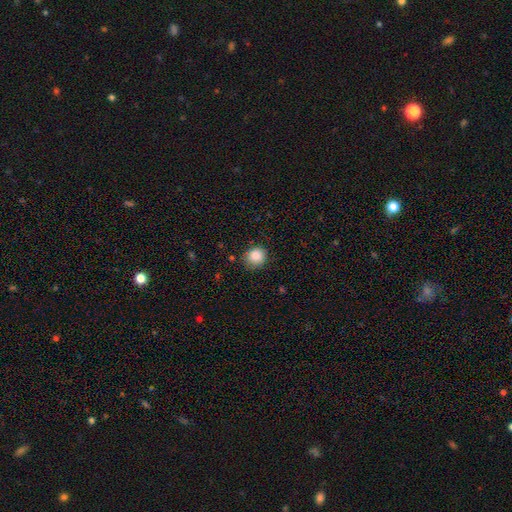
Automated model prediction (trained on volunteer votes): This appears to be a smooth galaxy with no disk features (84%) that is round (85%). Merging: none (83%).